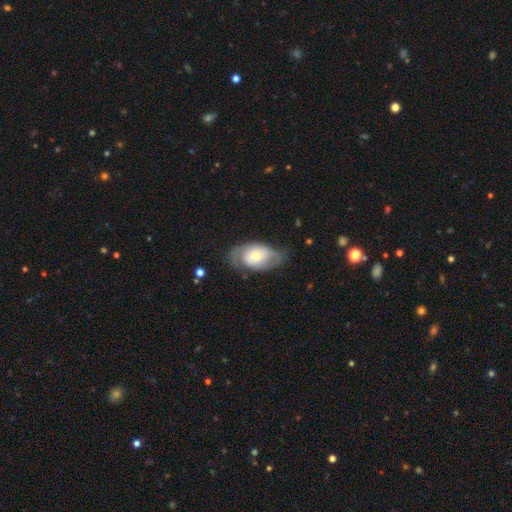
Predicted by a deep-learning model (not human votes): Smooth or featured? featured or disk (57%)
Edge-on disk? no (92%)
Bar? no (71%)
Spiral arms? yes (53%)
Bulge size? moderate (64%)
Merging? none (61%)